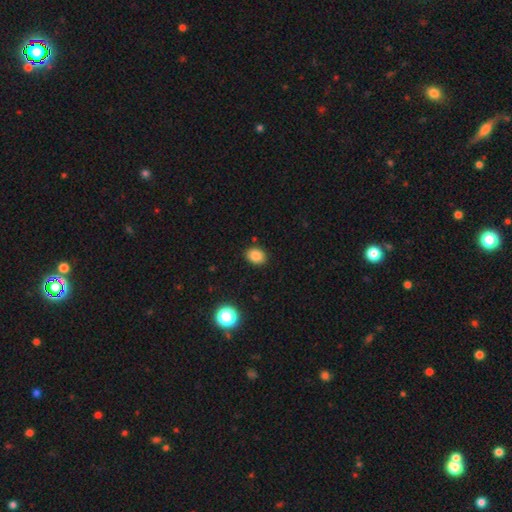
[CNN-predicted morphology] Smooth or featured? smooth (86%)
How rounded? in between (58%)
Merging? none (88%)